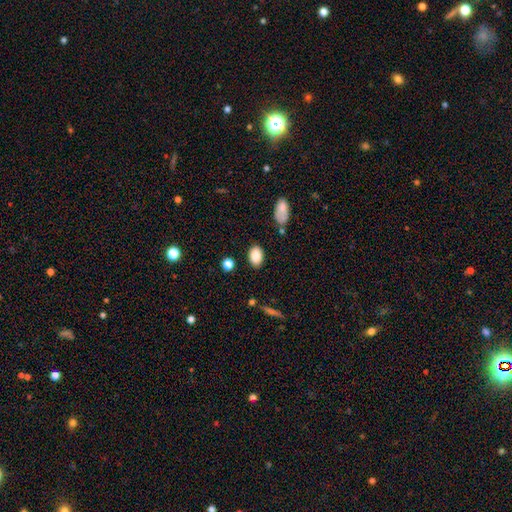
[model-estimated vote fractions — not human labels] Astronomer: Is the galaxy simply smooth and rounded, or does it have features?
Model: smooth — 86%.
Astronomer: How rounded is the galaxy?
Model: in between — 86%.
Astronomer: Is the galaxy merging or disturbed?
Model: none — 84%.